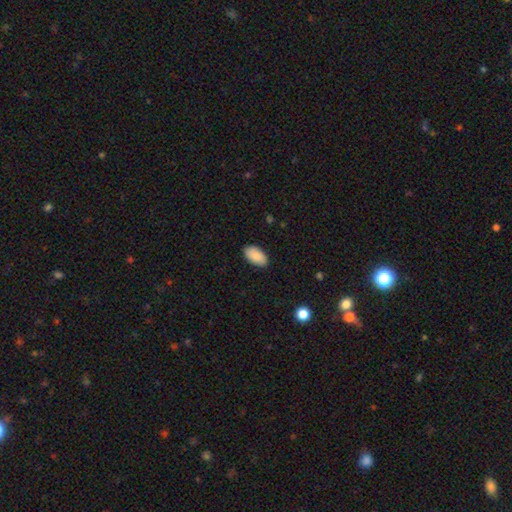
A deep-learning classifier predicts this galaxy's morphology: type=smooth (88%); roundness=in between (95%); merging=none (87%).